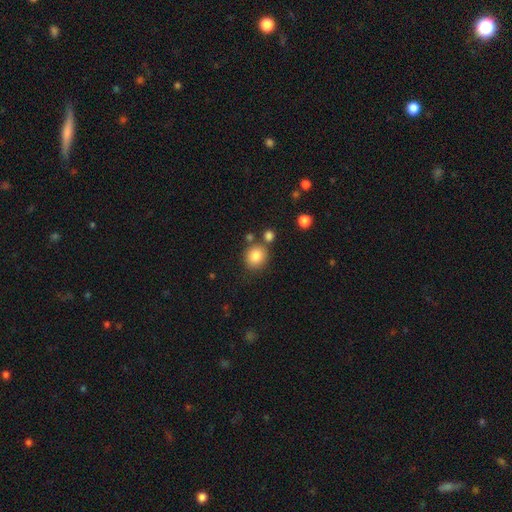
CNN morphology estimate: This appears to be a smooth galaxy with no disk features (84%) that is round (82%). Merging: none (74%).